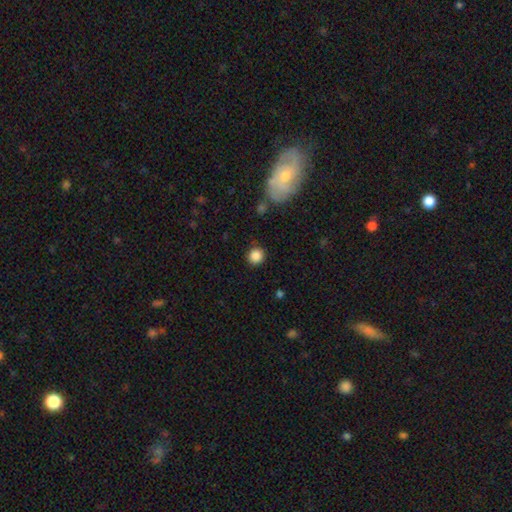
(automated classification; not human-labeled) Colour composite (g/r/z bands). It shows a smooth galaxy with no disk features (86%) that is round (92%). Merging: none (87%).